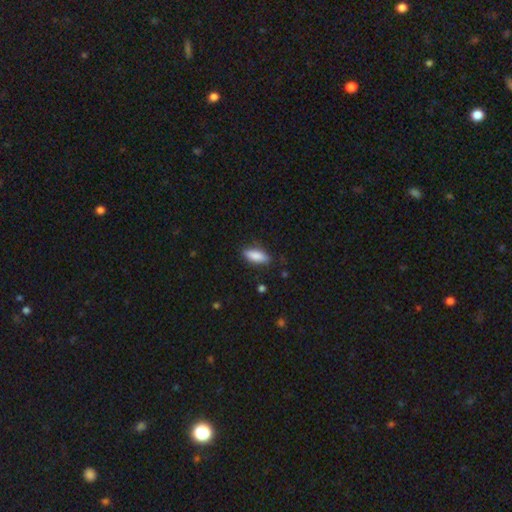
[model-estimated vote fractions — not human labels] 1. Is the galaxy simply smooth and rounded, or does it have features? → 85% smooth, 9% featured or disk, 6% star or artifact.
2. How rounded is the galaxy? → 70% in between, 28% cigar-shaped, 2% round.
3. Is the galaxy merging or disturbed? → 83% none, 13% minor disturbance, 3% major disturbance, 1% merger.